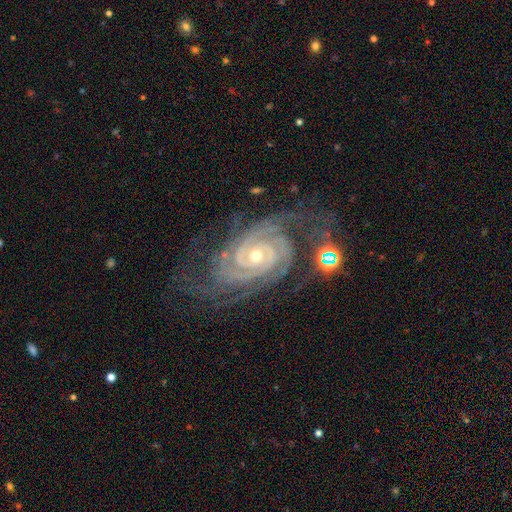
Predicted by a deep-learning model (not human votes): Morphology: type=featured or disk (93%); edge-on=no (97%); bar=no (64%); spiral arms=yes (99%); winding=tight (80%); arm count=2 (31%); bulge=small (57%); merging=none (62%).